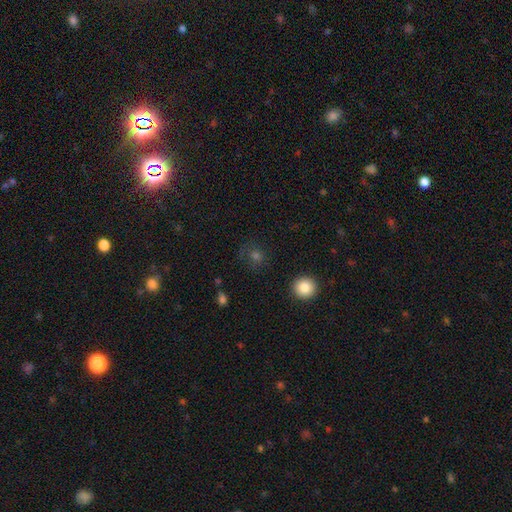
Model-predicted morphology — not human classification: smooth-or-featured: smooth: 62% | star or artifact: 28% | featured or disk: 10%
  how-rounded: round: 87% | in between: 12% | cigar-shaped: 1%
  merging: none: 81% | minor disturbance: 11% | major disturbance: 7% | merger: 2%